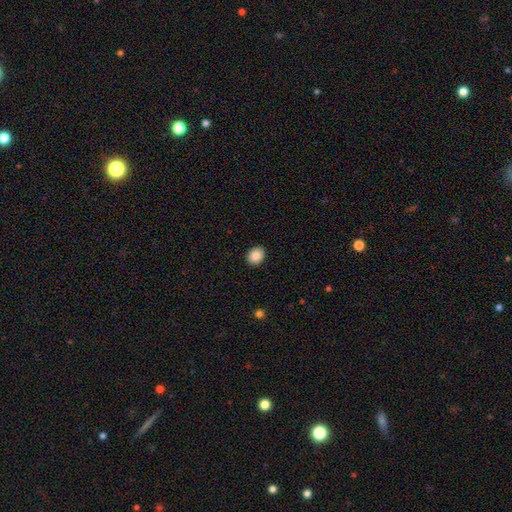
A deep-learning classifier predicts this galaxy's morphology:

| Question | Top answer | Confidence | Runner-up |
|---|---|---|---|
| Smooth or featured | smooth | 86% | star or artifact (8%) |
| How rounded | in between | 50% | round (49%) |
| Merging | none | 91% | minor disturbance (7%) |